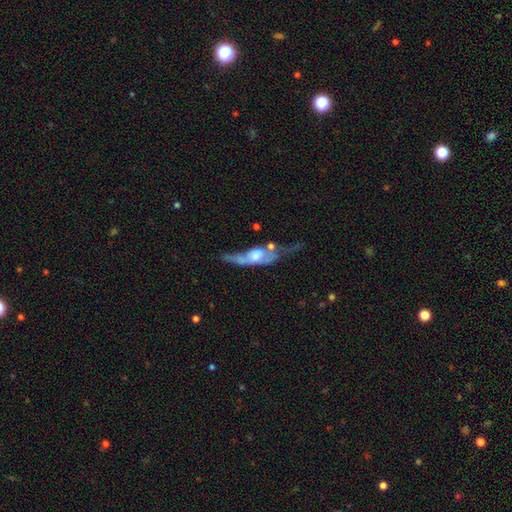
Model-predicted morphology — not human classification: A featured or disk galaxy (61%). Merging: major disturbance (36%).